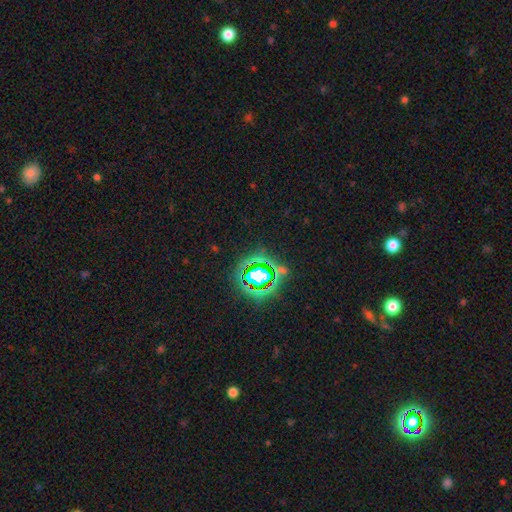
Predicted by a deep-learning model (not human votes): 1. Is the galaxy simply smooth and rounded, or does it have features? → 81% star or artifact, 12% smooth, 7% featured or disk.